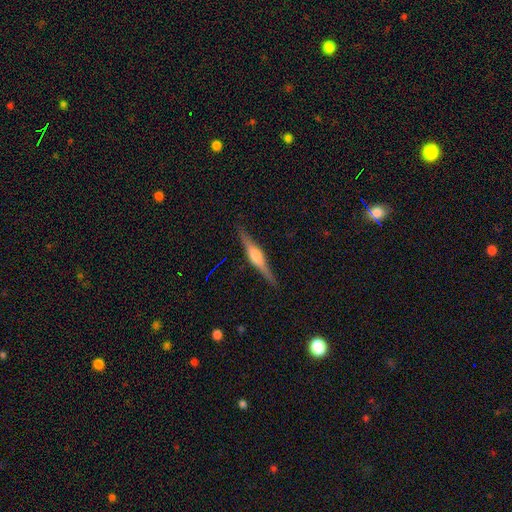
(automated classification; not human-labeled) This is likely a featured or disk galaxy (76%). It is clearly viewed edge-on (98%). Edge-on bulge: clearly rounded (85%). Merging: clearly none (90%).